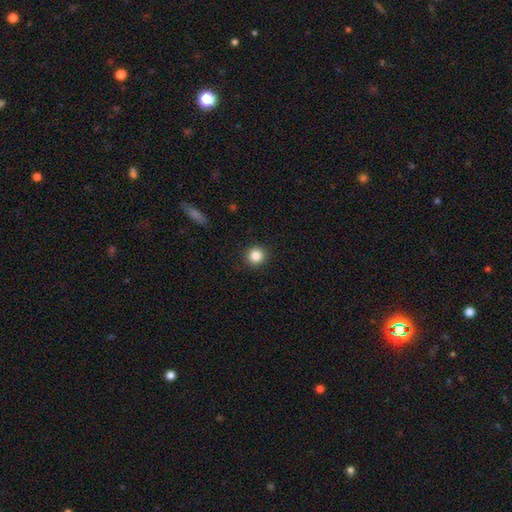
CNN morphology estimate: smooth_or_featured: smooth (p=0.85) [alt: star or artifact p=0.10]
how_rounded: round (p=0.92) [alt: in between p=0.07]
merging: none (p=0.91) [alt: minor disturbance p=0.06]